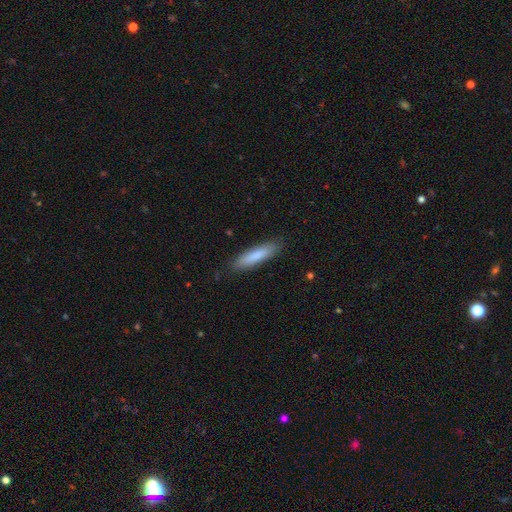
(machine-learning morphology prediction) A smooth galaxy with no disk features (81%) that is cigar-shaped (80%).

Vote fractions:
- Smooth or featured? smooth: 81% / featured or disk: 13% / star or artifact: 6%
- How rounded? cigar-shaped: 80% / in between: 19% / round: 1%
- Merging? none: 87% / minor disturbance: 10% / major disturbance: 2% / merger: 1%